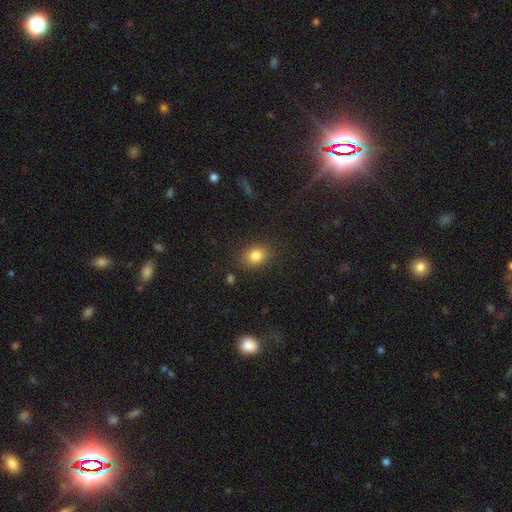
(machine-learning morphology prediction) A smooth galaxy with no disk features (82%) that is in between round and cigar-shaped (53%).

Vote fractions:
- Smooth or featured? smooth: 82% / star or artifact: 11% / featured or disk: 7%
- How rounded? in between: 53% / round: 46% / cigar-shaped: 1%
- Merging? none: 83% / minor disturbance: 11% / major disturbance: 4% / merger: 2%